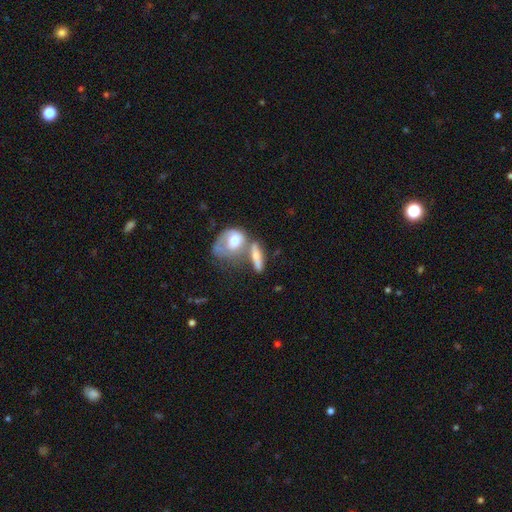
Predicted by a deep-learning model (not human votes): Smooth or featured? smooth (50%)
How rounded? in between (55%)
Merging? merger (48%)